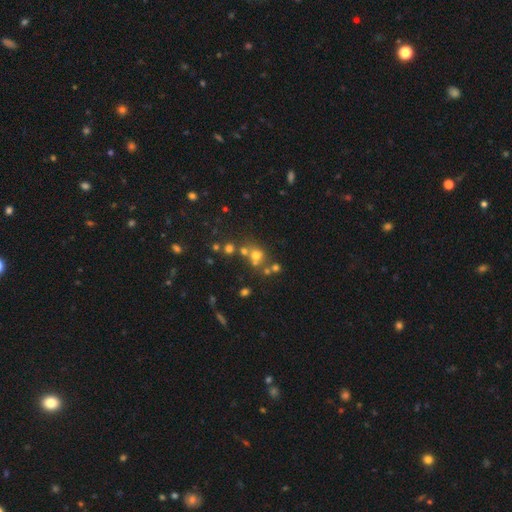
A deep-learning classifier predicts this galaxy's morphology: type=smooth (59%); roundness=round (79%); merging=none (51%).